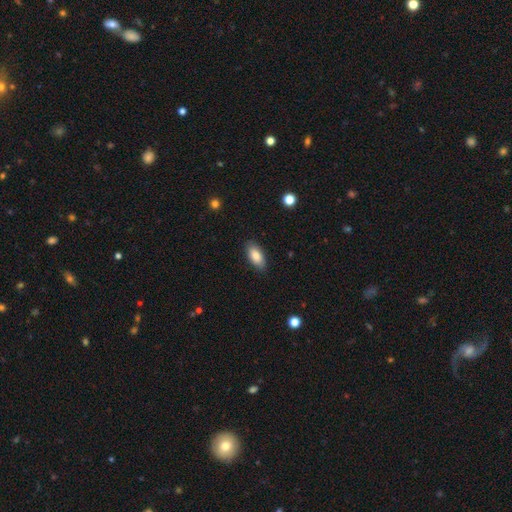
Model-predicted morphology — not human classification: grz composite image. It shows a smooth galaxy with no disk features (85%) that is in between round and cigar-shaped (91%). Merging: none (86%).